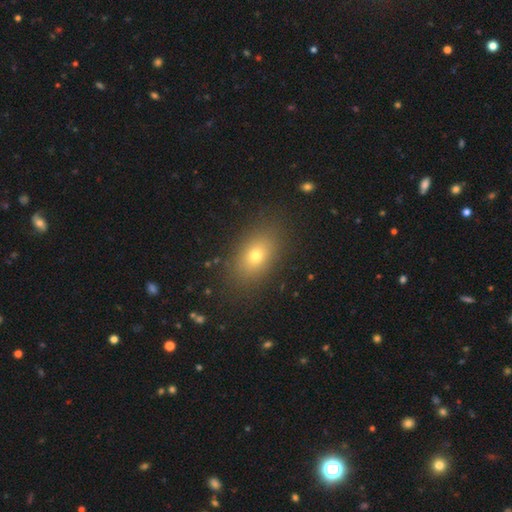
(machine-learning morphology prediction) A smooth galaxy with no disk features (72%) that is in between round and cigar-shaped (81%). Merging: none (86%).